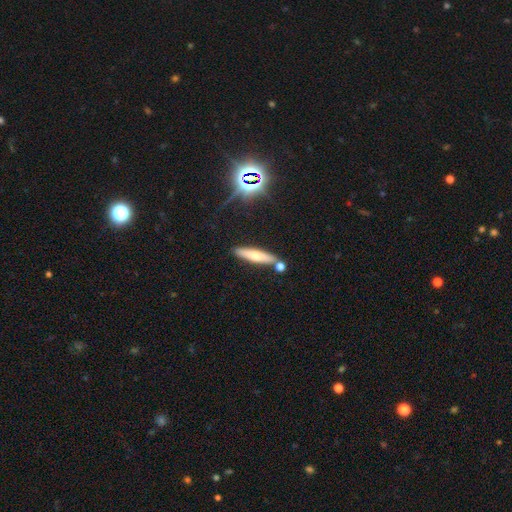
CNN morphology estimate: The model was most divided on "smooth or featured": smooth: 62%, featured or disk: 29%, star or artifact: 9%. More confident: how rounded — cigar-shaped (83%); merging — none (78%).